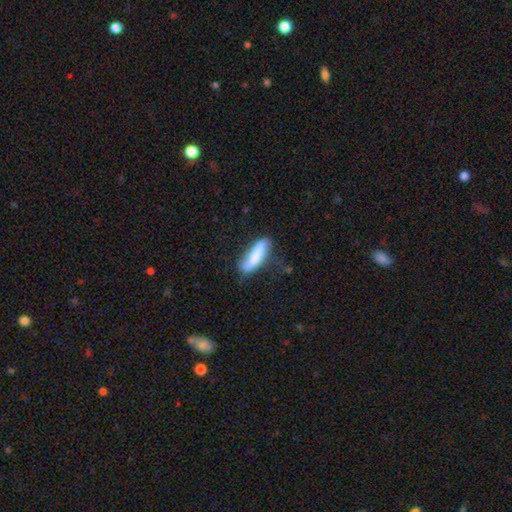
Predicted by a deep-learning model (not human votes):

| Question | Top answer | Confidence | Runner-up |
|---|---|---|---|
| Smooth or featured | smooth | 69% | featured or disk (24%) |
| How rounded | cigar-shaped | 59% | in between (39%) |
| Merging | none | 53% | minor disturbance (30%) |